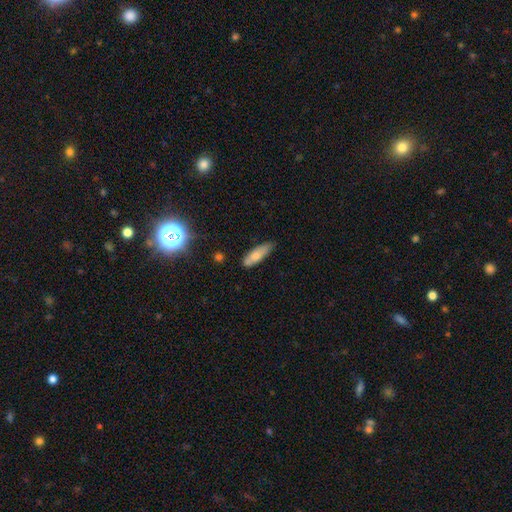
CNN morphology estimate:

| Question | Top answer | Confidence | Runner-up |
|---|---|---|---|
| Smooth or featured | smooth | 72% | featured or disk (20%) |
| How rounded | cigar-shaped | 50% | in between (48%) |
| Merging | none | 70% | minor disturbance (24%) |